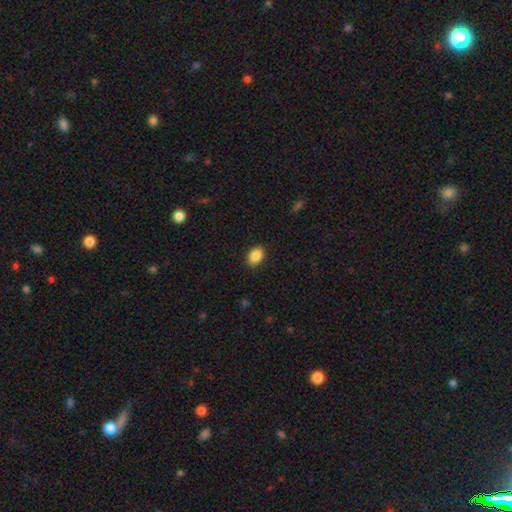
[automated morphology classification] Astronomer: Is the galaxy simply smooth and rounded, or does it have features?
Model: smooth — 88%.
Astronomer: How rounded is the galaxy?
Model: in between — 81%.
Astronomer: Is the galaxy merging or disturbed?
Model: none — 86%.